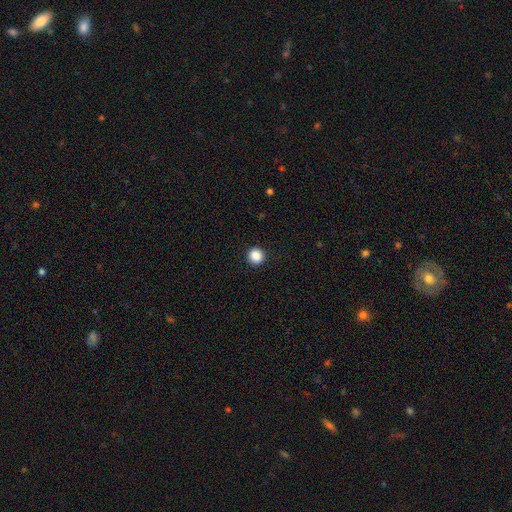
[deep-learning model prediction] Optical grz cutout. It shows a smooth galaxy with no disk features (88%) that is round (94%). Merging: none (93%).